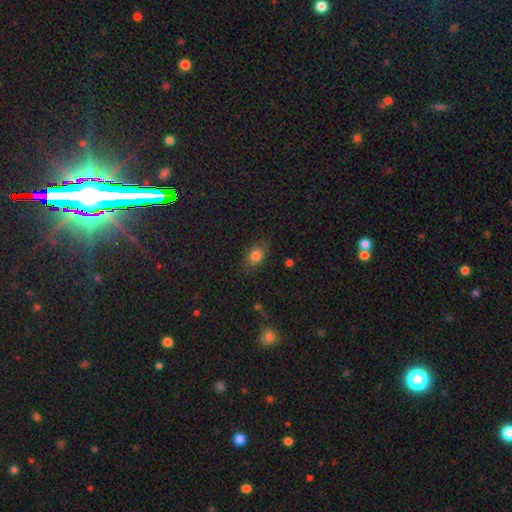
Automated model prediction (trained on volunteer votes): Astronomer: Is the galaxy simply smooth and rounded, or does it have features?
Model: smooth — 79%.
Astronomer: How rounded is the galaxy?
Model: in between — 79%.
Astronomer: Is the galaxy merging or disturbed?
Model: none — 79%.